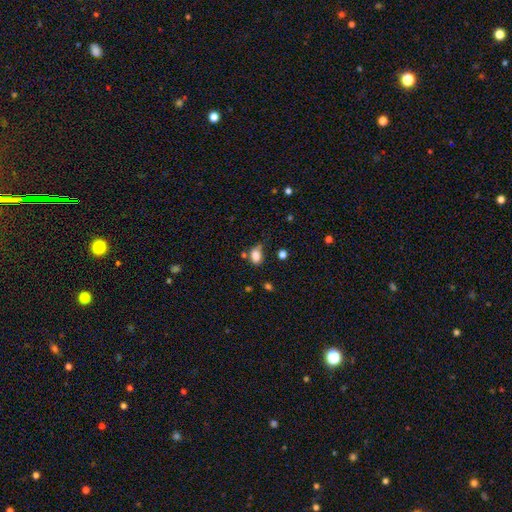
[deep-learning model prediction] Overall: smooth (83%). How rounded: in between (79%). Merging: none (45%; minor disturbance 34%).